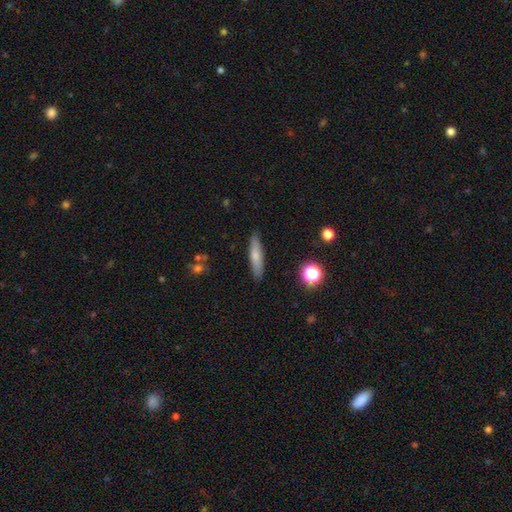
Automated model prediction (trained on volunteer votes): The model was most divided on "smooth or featured": smooth: 70%, featured or disk: 23%, star or artifact: 8%. More confident: merging — none (88%); how rounded — cigar-shaped (83%).